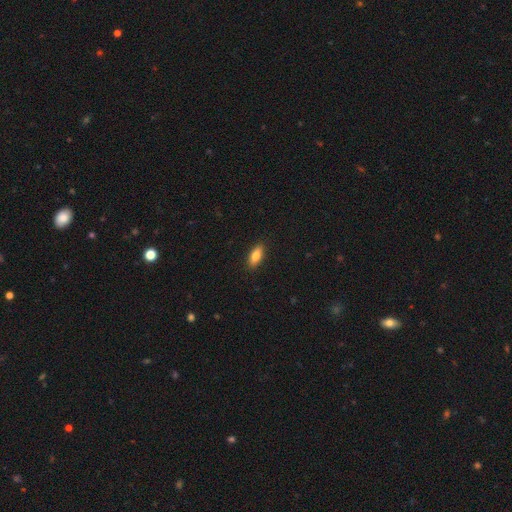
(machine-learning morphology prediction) A smooth galaxy with no disk features (81%) that is in between round and cigar-shaped (77%).

Vote fractions:
- Smooth or featured? smooth: 81% / featured or disk: 12% / star or artifact: 7%
- How rounded? in between: 77% / cigar-shaped: 20% / round: 3%
- Merging? none: 90% / minor disturbance: 8% / major disturbance: 2% / merger: 1%